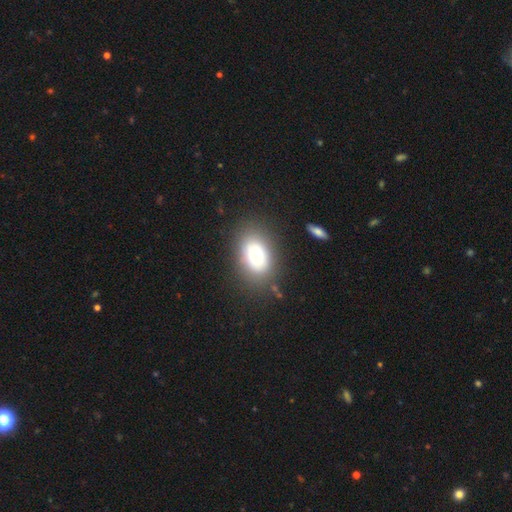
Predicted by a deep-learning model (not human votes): This appears to be a smooth galaxy with no disk features (73%) that is in between round and cigar-shaped (82%). Merging: none (79%).